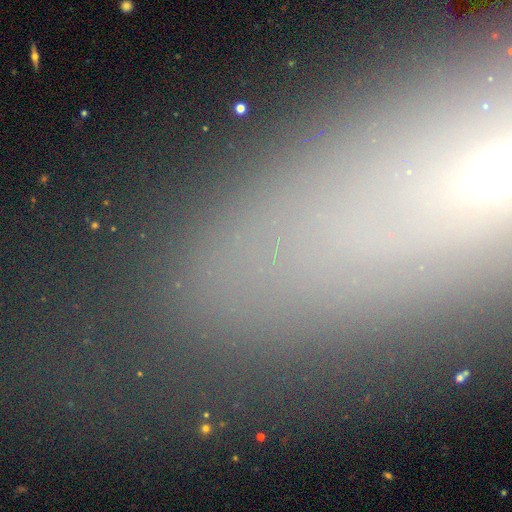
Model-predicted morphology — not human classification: star or artifact 42%, smooth 34%, featured or disk 24%.